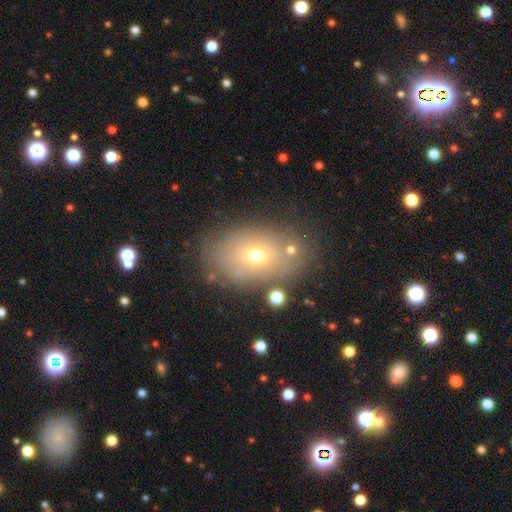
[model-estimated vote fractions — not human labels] Smooth or featured: smooth — 63% (featured or disk — 22%)
How rounded: in between — 78% (round — 21%)
Merging: none — 76% (minor disturbance — 14%)